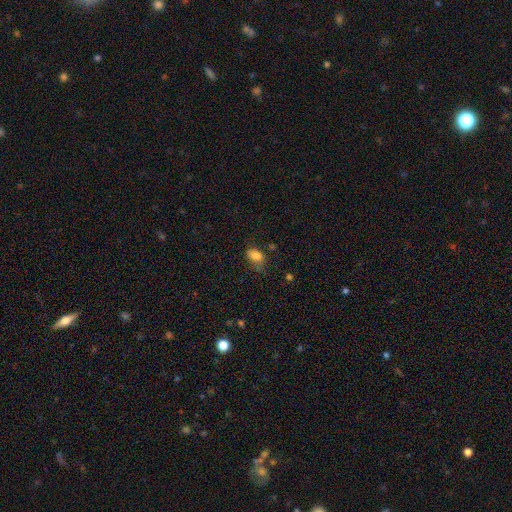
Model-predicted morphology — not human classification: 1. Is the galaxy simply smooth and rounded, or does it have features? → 82% smooth, 10% star or artifact, 8% featured or disk.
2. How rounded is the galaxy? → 80% in between, 18% round, 1% cigar-shaped.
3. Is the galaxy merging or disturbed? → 58% none, 29% minor disturbance, 10% major disturbance, 3% merger.